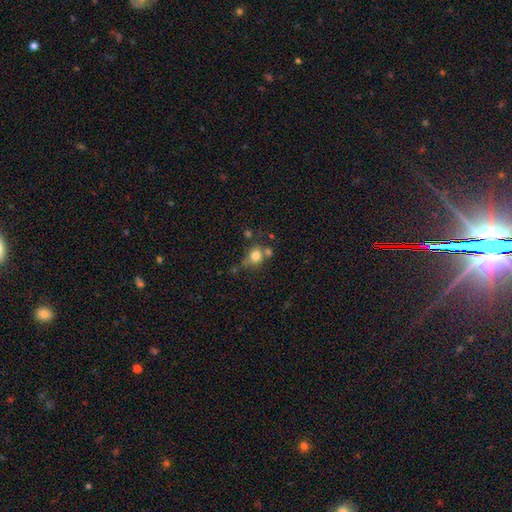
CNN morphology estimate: type=smooth (78%); roundness=round (76%); merging=none (53%).